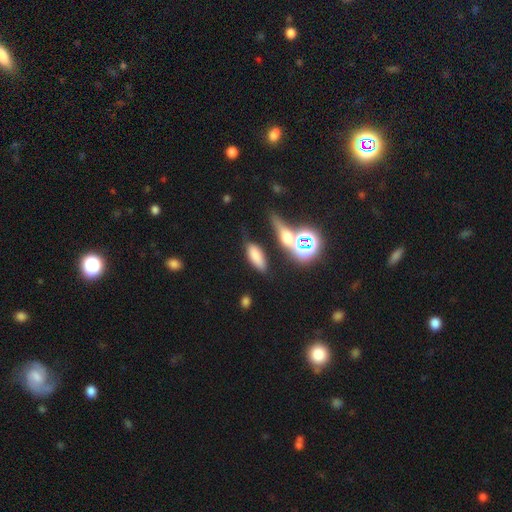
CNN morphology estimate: This is likely a smooth galaxy (72%). How rounded: likely in between (71%). Merging: likely none (70%).